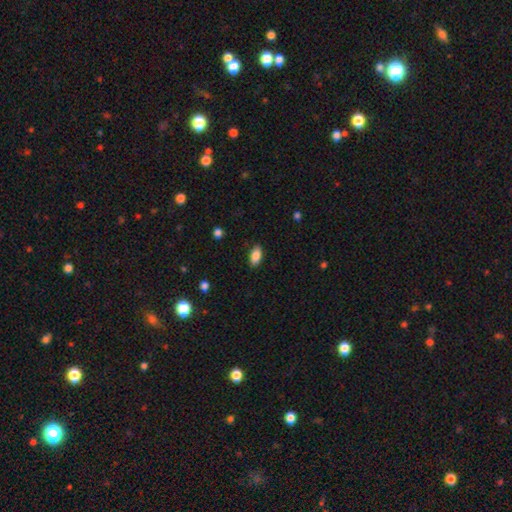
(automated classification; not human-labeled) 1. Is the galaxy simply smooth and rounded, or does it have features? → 87% smooth, 8% star or artifact, 6% featured or disk.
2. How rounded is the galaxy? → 91% in between, 6% cigar-shaped, 4% round.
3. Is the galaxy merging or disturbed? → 87% none, 10% minor disturbance, 2% major disturbance, 1% merger.